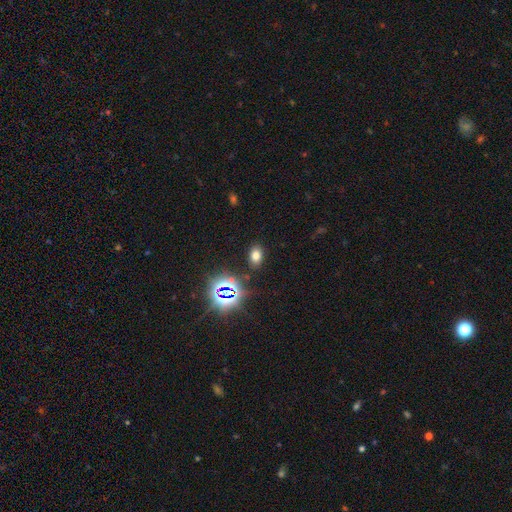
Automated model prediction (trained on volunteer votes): A smooth galaxy with no disk features (68%) that is in between round and cigar-shaped (80%). Merging: none (86%).